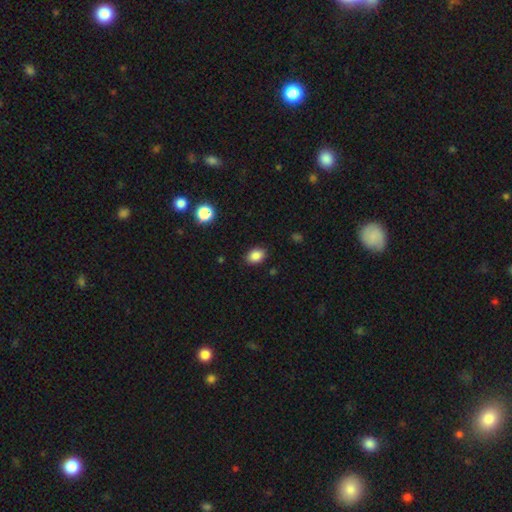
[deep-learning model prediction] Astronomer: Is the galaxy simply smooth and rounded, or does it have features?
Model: smooth — 85%.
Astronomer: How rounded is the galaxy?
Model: in between — 73%.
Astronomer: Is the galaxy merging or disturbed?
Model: none — 87%.